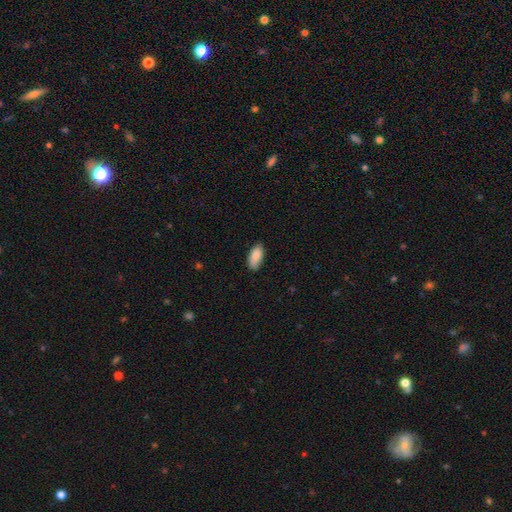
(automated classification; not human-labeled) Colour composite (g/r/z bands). It shows a smooth galaxy with no disk features (87%) that is in between round and cigar-shaped (91%). Merging: none (77%).